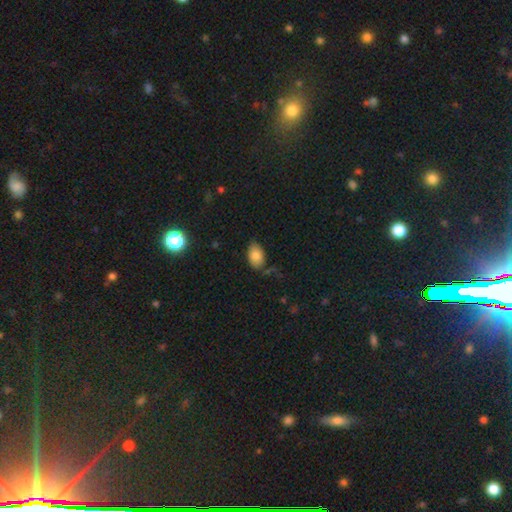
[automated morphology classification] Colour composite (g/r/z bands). It shows a smooth galaxy with no disk features (83%) that is in between round and cigar-shaped (90%). Merging: none (71%).